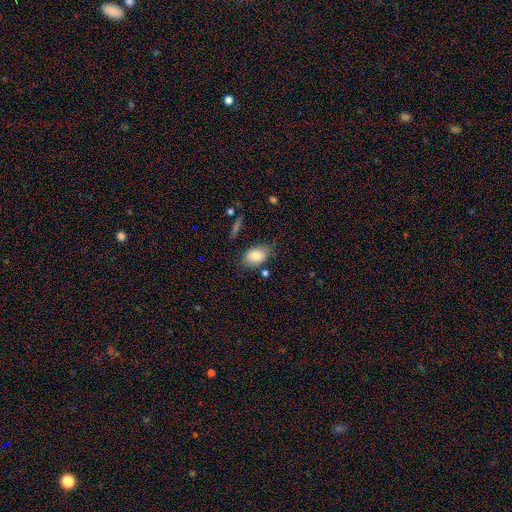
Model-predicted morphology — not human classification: Overall: smooth (81%). How rounded: in between (86%). Merging: none (67%).